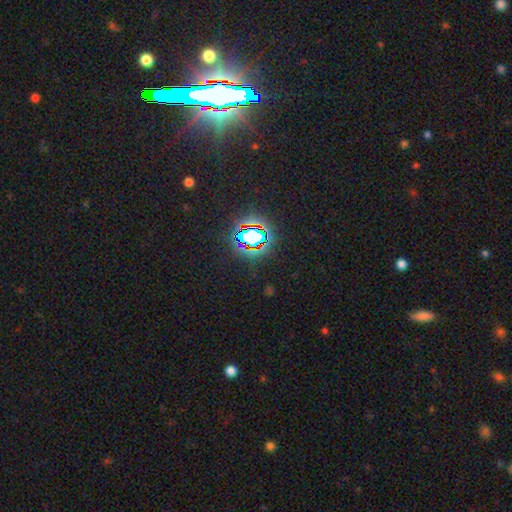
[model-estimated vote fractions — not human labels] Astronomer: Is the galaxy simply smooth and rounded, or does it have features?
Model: star or artifact — 83%.